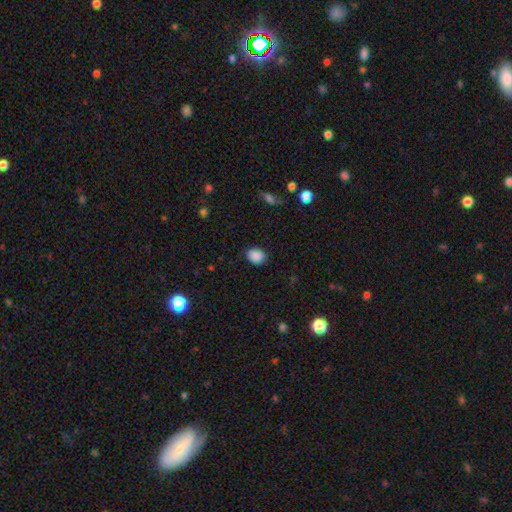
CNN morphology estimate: smooth 88%, star or artifact 9%, featured or disk 3%. Down the decision tree: how rounded — in between (54%); merging — none (86%).